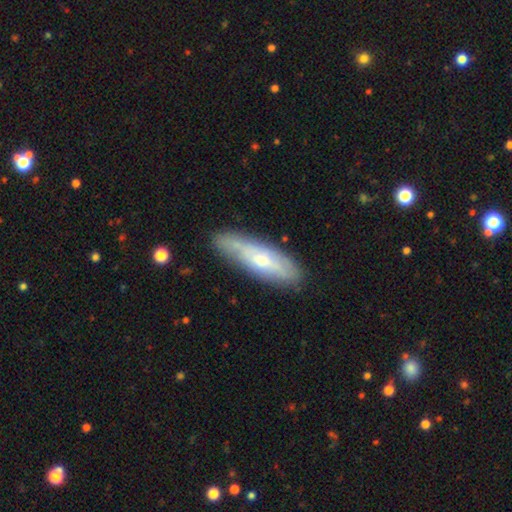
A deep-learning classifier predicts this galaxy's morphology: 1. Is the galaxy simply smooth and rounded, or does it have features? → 50% featured or disk, 42% smooth, 7% star or artifact.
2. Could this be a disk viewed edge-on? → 53% no, 47% yes.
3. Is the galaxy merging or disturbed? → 78% none, 16% minor disturbance, 3% major disturbance, 2% merger.